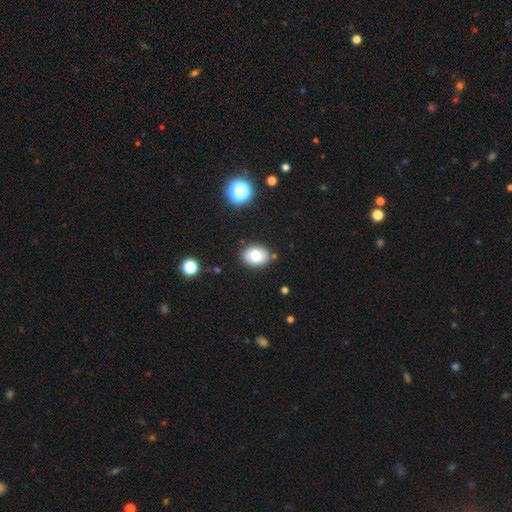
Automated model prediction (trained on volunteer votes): The model was most divided on "how rounded": in between: 62%, round: 37%, cigar-shaped: 1%. More confident: merging — none (85%); smooth or featured — smooth (76%).